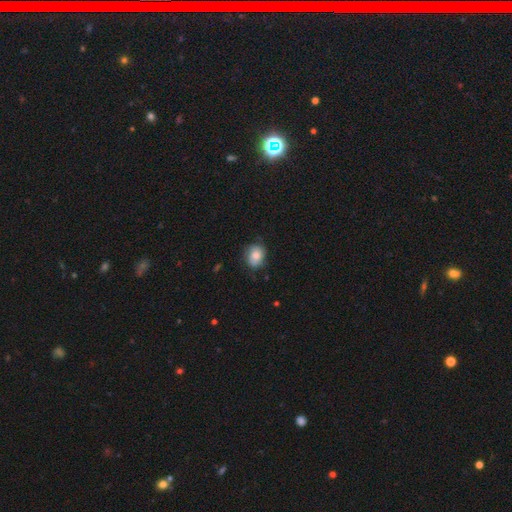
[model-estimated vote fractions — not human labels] The model was most divided on "how rounded": round: 50%, in between: 49%, cigar-shaped: 1%. More confident: smooth or featured — smooth (74%); merging — none (69%).